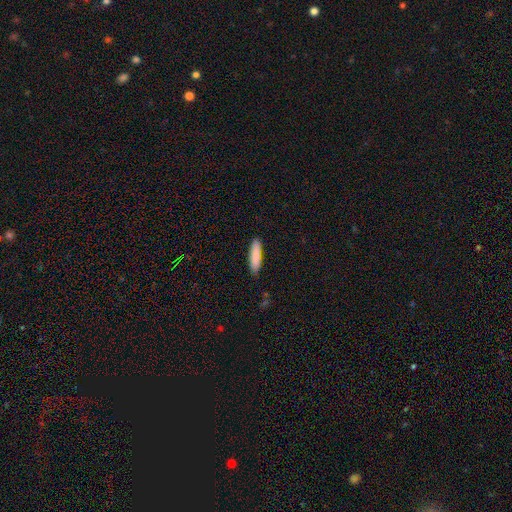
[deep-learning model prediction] A smooth galaxy with no disk features (87%) that is cigar-shaped (72%). Merging: none (87%).